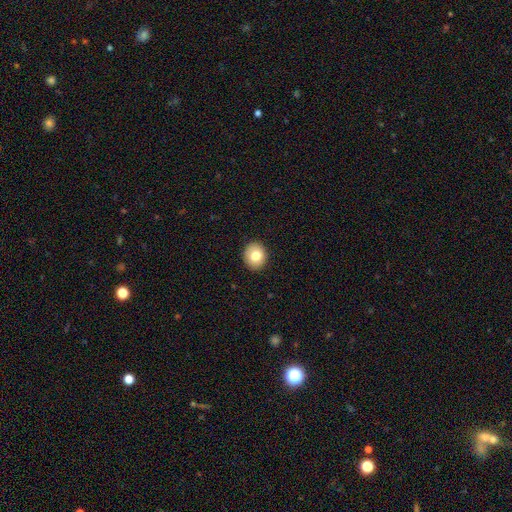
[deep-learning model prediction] Smooth or featured? smooth (79%)
How rounded? round (69%)
Merging? none (90%)